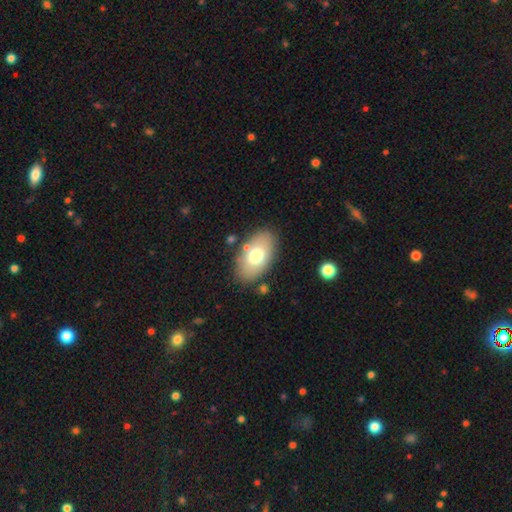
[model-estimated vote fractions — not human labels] Smooth or featured: smooth — 71% (featured or disk — 22%)
How rounded: in between — 93% (round — 6%)
Merging: none — 81% (minor disturbance — 12%)